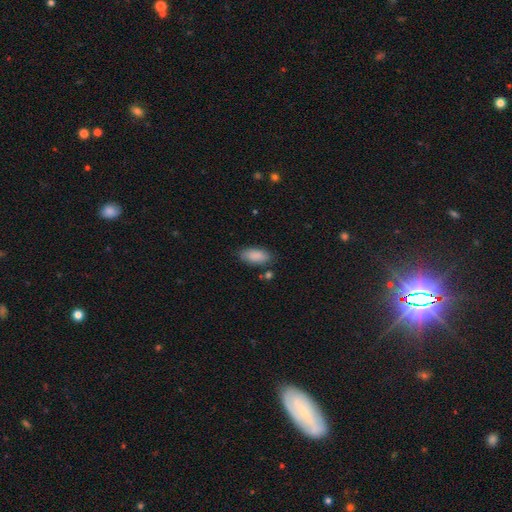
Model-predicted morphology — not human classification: smooth-or-featured: smooth: 88% | star or artifact: 7% | featured or disk: 5%
  how-rounded: in between: 89% | cigar-shaped: 9% | round: 2%
  merging: none: 79% | minor disturbance: 15% | merger: 4% | major disturbance: 3%